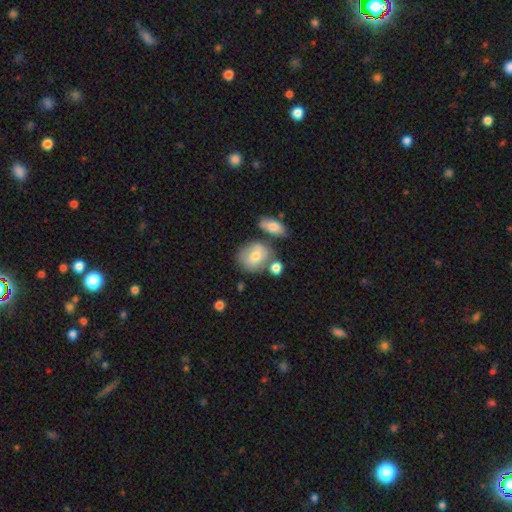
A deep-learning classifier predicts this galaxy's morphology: This is likely a smooth galaxy (68%). How rounded: likely round (61%). Merging: possibly none (53%).